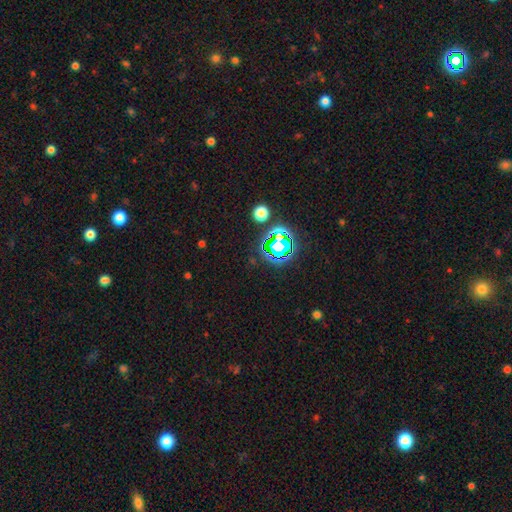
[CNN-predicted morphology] Smooth or featured: star or artifact — 79% (smooth — 14%)